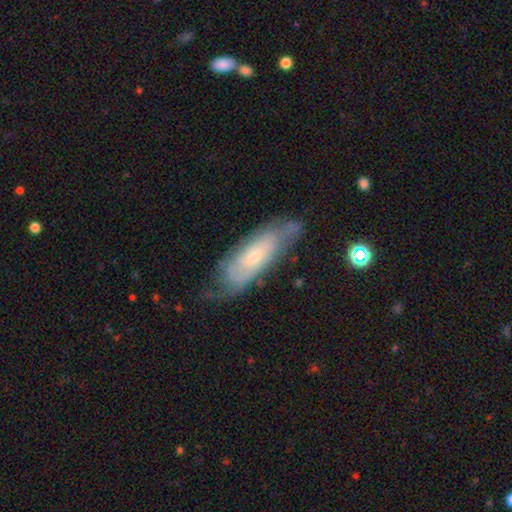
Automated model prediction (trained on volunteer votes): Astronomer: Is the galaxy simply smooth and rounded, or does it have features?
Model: featured or disk — 61%.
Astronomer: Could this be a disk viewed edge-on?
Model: no — 79%.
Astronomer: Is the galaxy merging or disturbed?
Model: none — 60%.